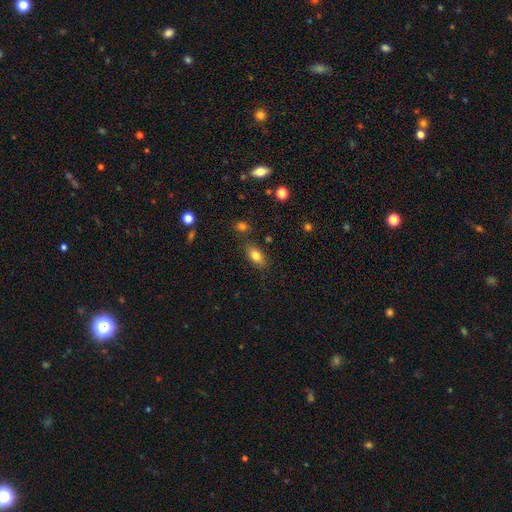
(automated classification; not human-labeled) Overall: smooth (81%). How rounded: in between (87%). Merging: none (77%).